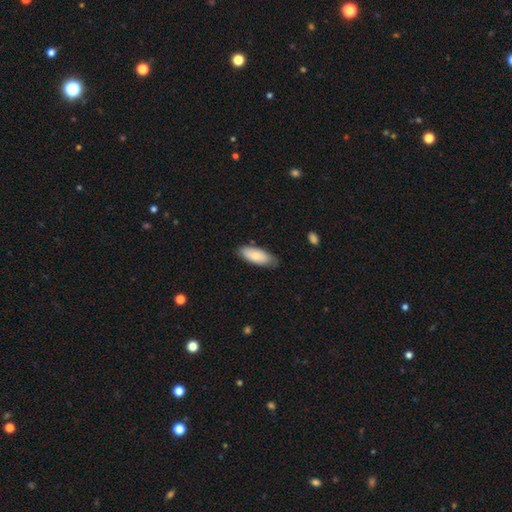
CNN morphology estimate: type=smooth (77%); roundness=in between (81%); merging=none (75%).